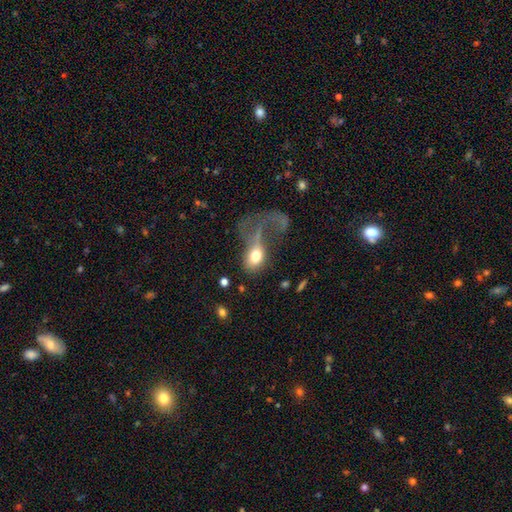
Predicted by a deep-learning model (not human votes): The model was most divided on "smooth or featured": smooth: 64%, featured or disk: 27%, star or artifact: 9%. More confident: merging — major disturbance (69%); how rounded — in between (68%).